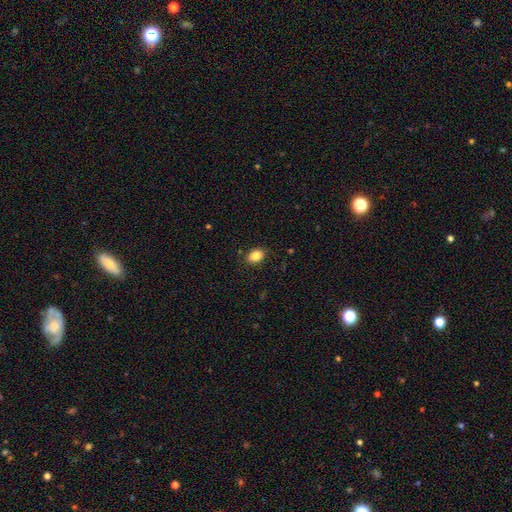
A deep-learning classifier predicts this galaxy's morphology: Smooth or featured: smooth — 85% (star or artifact — 9%)
How rounded: in between — 73% (round — 26%)
Merging: none — 85% (minor disturbance — 11%)